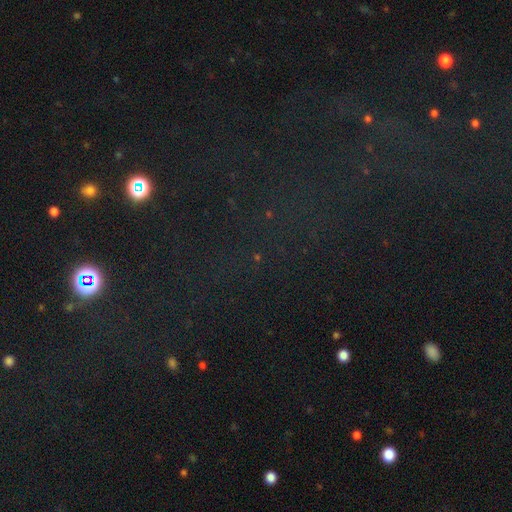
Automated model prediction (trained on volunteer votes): smooth_or_featured: star or artifact (p=0.73) [alt: smooth p=0.17]